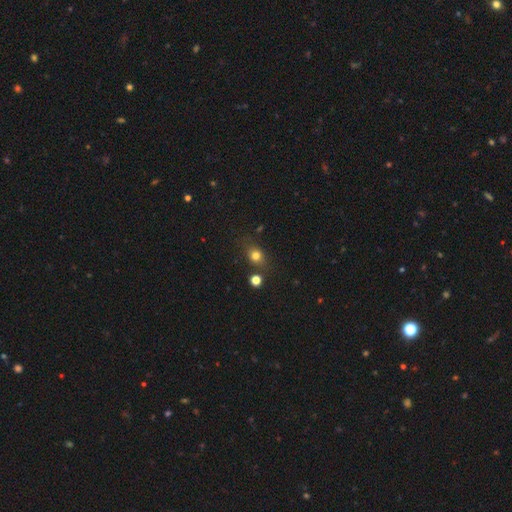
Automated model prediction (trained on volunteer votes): A smooth galaxy with no disk features (76%) that is round (56%).

Vote fractions:
- Smooth or featured? smooth: 76% / star or artifact: 15% / featured or disk: 9%
- How rounded? round: 56% / in between: 42% / cigar-shaped: 2%
- Merging? none: 72% / minor disturbance: 15% / merger: 8% / major disturbance: 5%